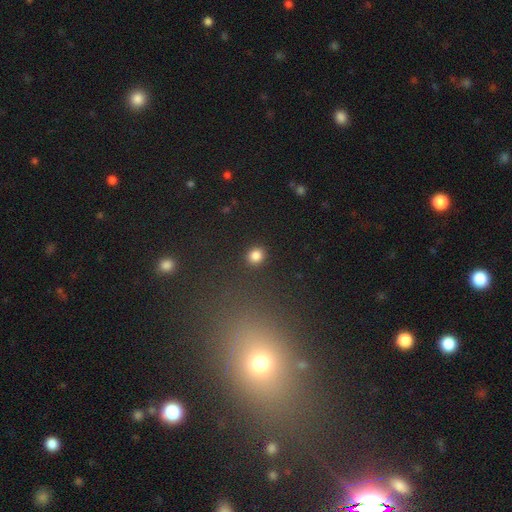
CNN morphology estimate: Smooth or featured? smooth (84%)
How rounded? round (80%)
Merging? none (90%)